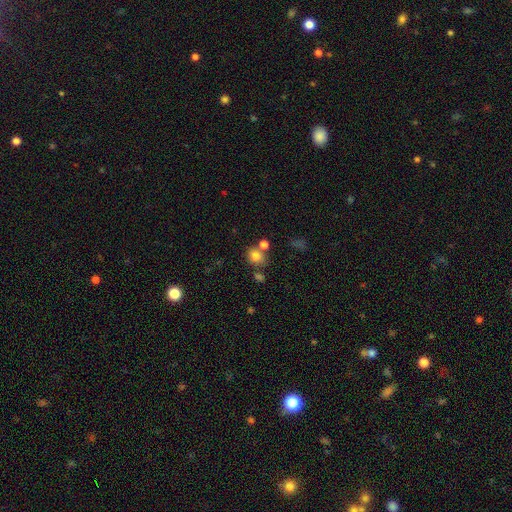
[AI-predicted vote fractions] Q: Smooth or featured?
A: smooth (79%); runner-up: star or artifact (12%)
Q: How rounded?
A: round (68%); runner-up: in between (31%)
Q: Merging?
A: none (63%); runner-up: merger (21%)